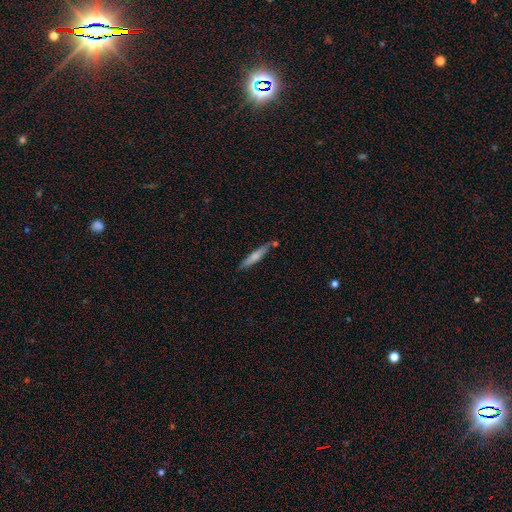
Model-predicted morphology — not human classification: This appears to be a smooth galaxy with no disk features (67%) that is cigar-shaped (91%). Merging: none (75%).